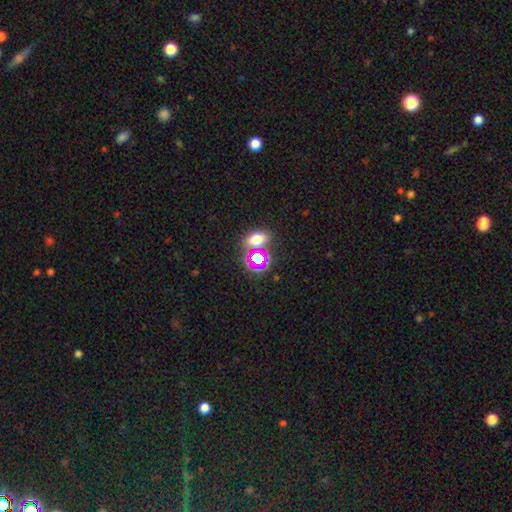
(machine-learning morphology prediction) This appears to be a smooth galaxy with no disk features (49%). Merging: none (65%).